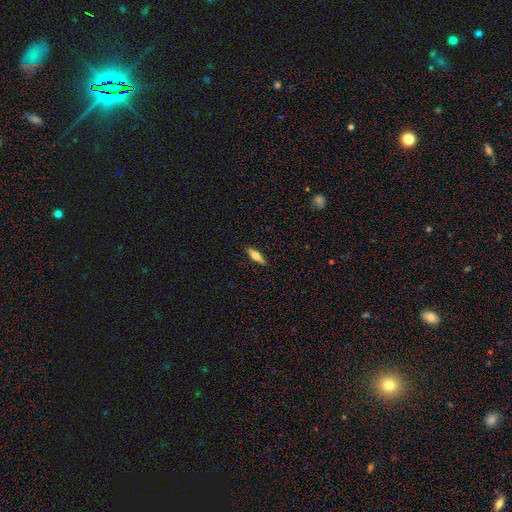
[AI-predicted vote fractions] Smooth or featured?
  - smooth: 57% *
  - featured or disk: 37%
  - star or artifact: 7%
How rounded?
  - cigar-shaped: 62% *
  - in between: 35%
  - round: 3%
Merging?
  - none: 89% *
  - minor disturbance: 8%
  - major disturbance: 2%
  - merger: 1%